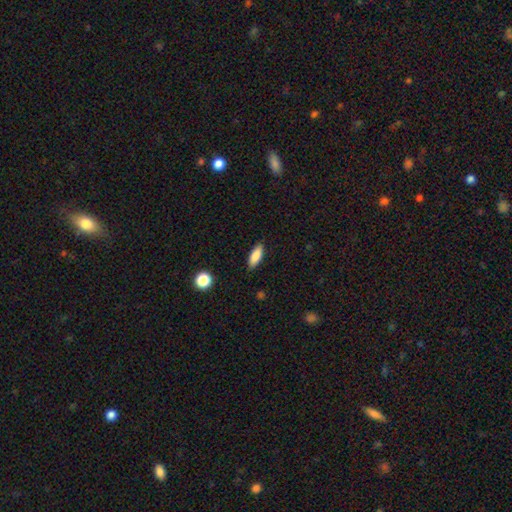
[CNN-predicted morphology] Smooth or featured: smooth — 84% (featured or disk — 9%)
How rounded: in between — 69% (cigar-shaped — 29%)
Merging: none — 87% (minor disturbance — 10%)